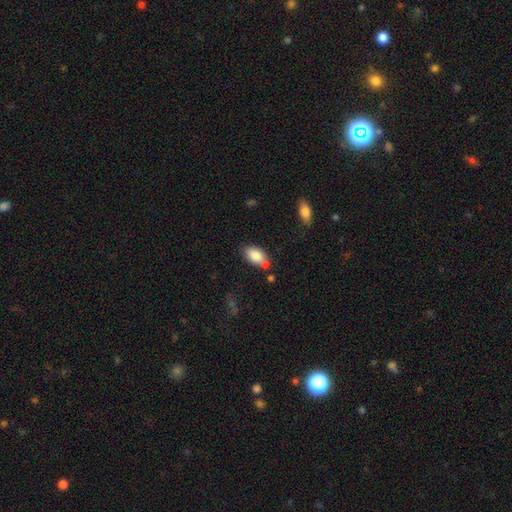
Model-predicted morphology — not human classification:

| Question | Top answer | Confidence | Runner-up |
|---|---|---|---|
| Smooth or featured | smooth | 83% | featured or disk (9%) |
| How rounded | in between | 92% | round (5%) |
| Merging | none | 60% | minor disturbance (19%) |